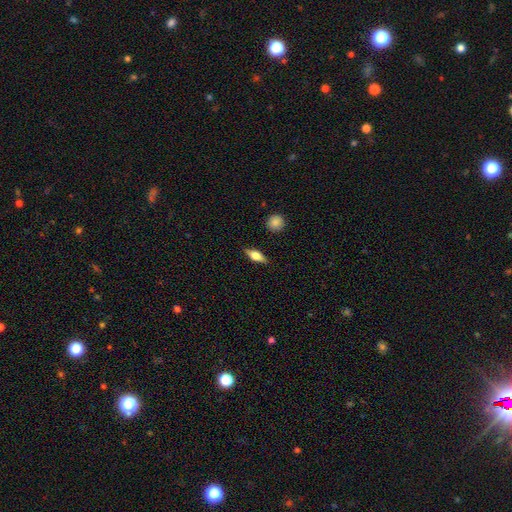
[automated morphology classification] Smooth or featured? smooth (56%)
How rounded? in between (66%)
Merging? none (86%)